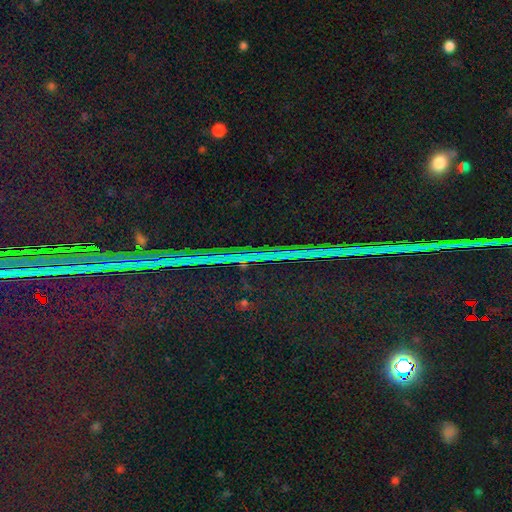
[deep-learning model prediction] smooth-or-featured: star or artifact: 87% | featured or disk: 7% | smooth: 6%